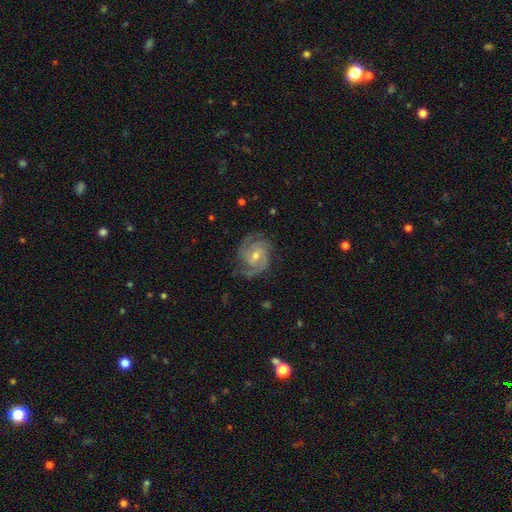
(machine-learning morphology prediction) featured or disk 90%, star or artifact 5%, smooth 5%. Down the decision tree: edge-on disk — no (98%); bar — no (54%); spiral arms — yes (98%); spiral arm count — 3 (38%); spiral winding — tight (56%); bulge size — small (49%); merging — none (77%).